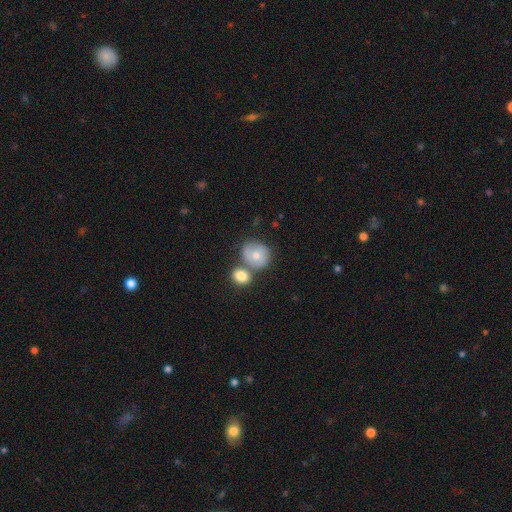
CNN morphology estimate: This appears to be a smooth galaxy with no disk features (67%) that is round (77%). Merging: none (47%).